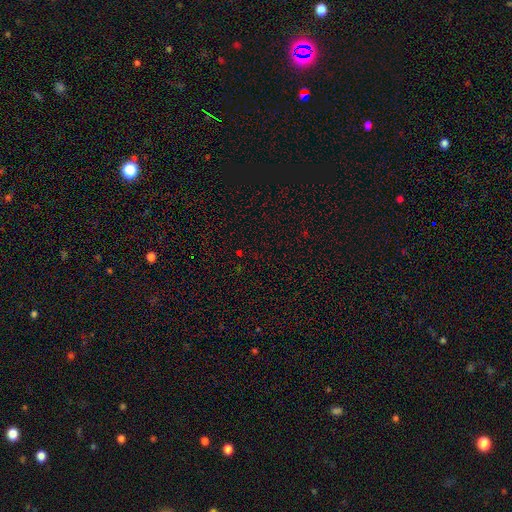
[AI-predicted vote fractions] smooth-or-featured: star or artifact: 66% | smooth: 27% | featured or disk: 7%